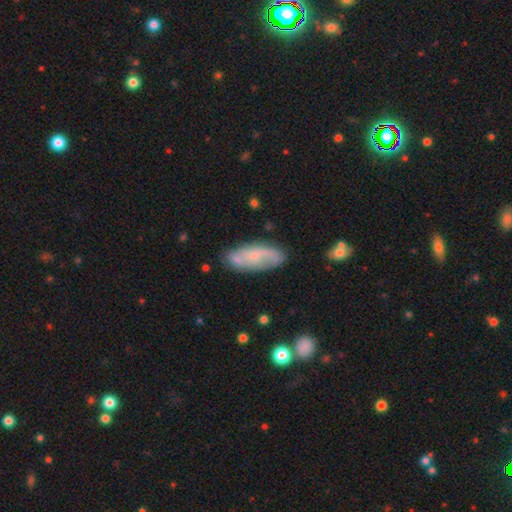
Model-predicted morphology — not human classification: Smooth or featured: featured or disk — 53% (smooth — 40%)
Edge-on disk: no — 88% (yes — 12%)
Merging: none — 65% (minor disturbance — 22%)